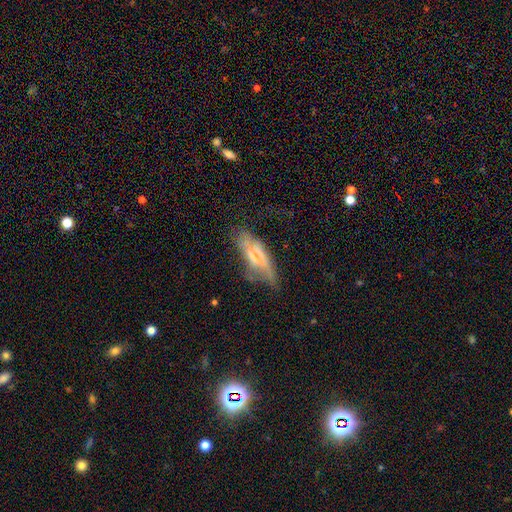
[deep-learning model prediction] smooth-or-featured: featured or disk: 50% | smooth: 40% | star or artifact: 10%
  disk-edge-on: no: 53% | yes: 47%
  merging: none: 40% | minor disturbance: 29% | major disturbance: 24% | merger: 7%